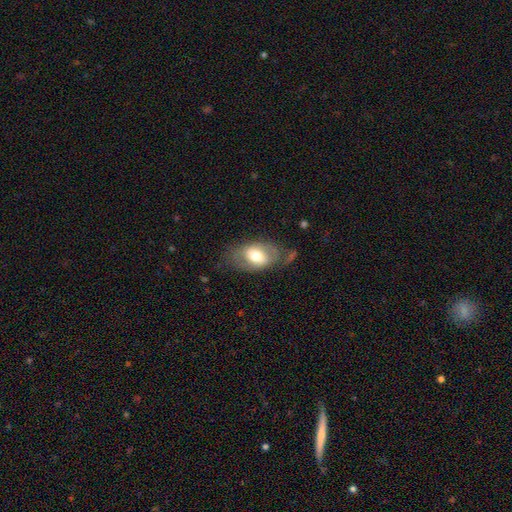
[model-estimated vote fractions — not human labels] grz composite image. It shows a smooth galaxy with no disk features (54%) that is in between round and cigar-shaped (86%). Merging: none (59%).